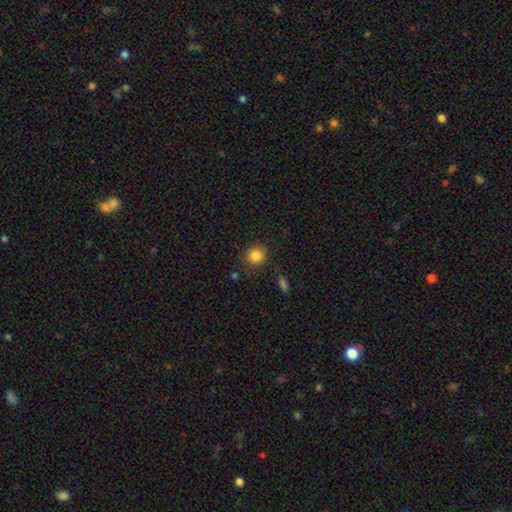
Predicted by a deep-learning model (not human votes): Overall: smooth (84%). How rounded: round (84%). Merging: none (86%).